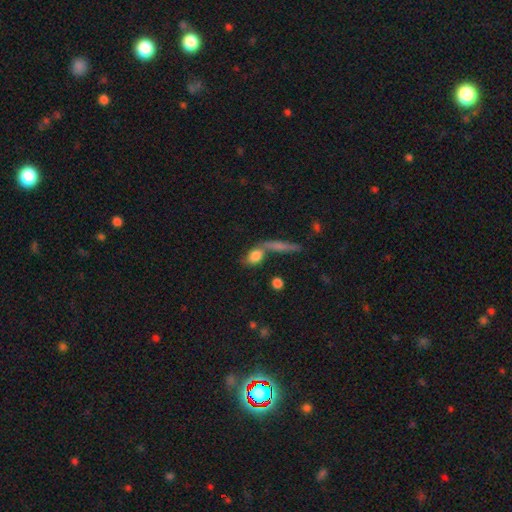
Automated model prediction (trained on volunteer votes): The model was most divided on "merging": none: 41%, merger: 38%, minor disturbance: 13%, major disturbance: 8%. More confident: smooth or featured — smooth (71%); how rounded — in between (63%).